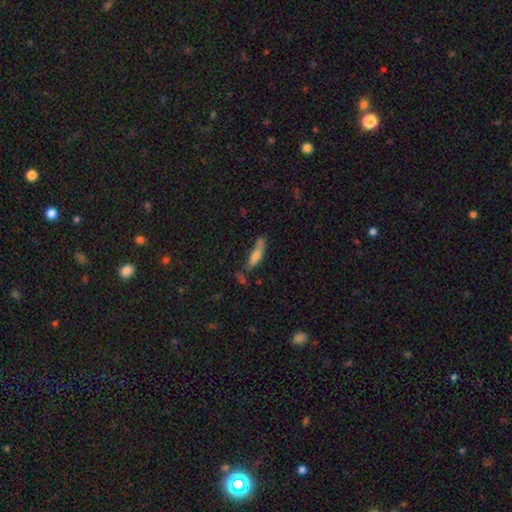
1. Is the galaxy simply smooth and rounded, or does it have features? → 68% smooth, 29% featured or disk, 3% star or artifact.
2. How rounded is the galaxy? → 81% cigar-shaped, 19% in between, 0% round.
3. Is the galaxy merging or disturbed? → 38% none, 30% minor disturbance, 19% merger, 14% major disturbance.